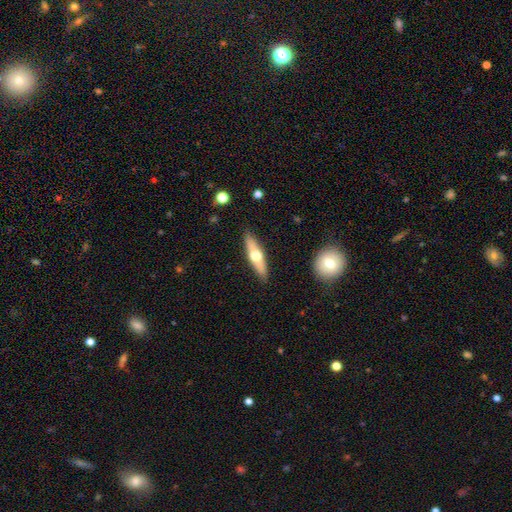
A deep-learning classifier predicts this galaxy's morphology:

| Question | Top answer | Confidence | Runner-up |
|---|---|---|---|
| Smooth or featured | featured or disk | 50% | smooth (45%) |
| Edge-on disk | yes | 86% | no (14%) |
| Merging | none | 88% | minor disturbance (8%) |